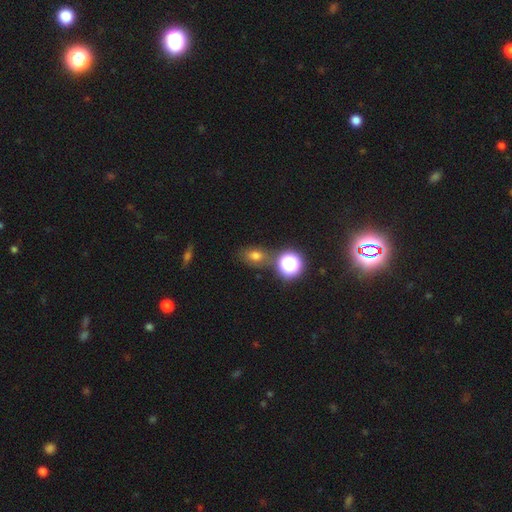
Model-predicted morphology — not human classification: Overall: smooth (66%). How rounded: in between (62%; round 36%). Merging: none (68%).